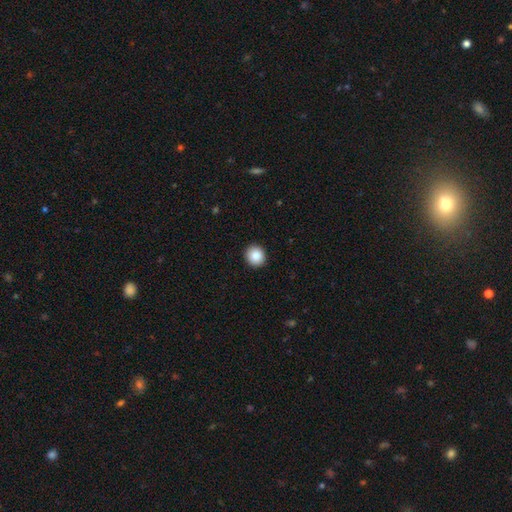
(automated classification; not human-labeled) smooth 88%, star or artifact 8%, featured or disk 4%. Down the decision tree: how rounded — round (89%); merging — none (92%).